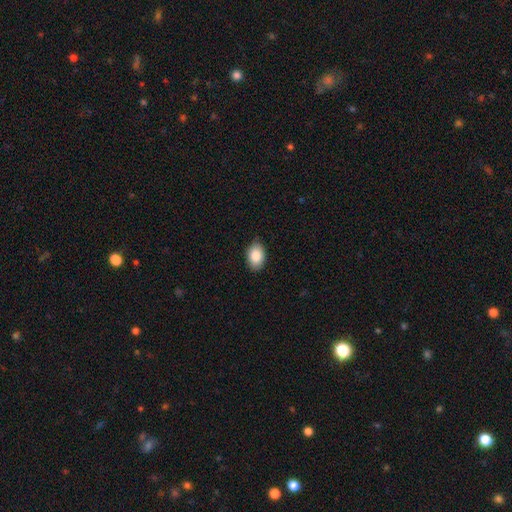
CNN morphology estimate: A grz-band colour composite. It shows a smooth galaxy with no disk features (85%) that is in between round and cigar-shaped (87%). Merging: none (85%).